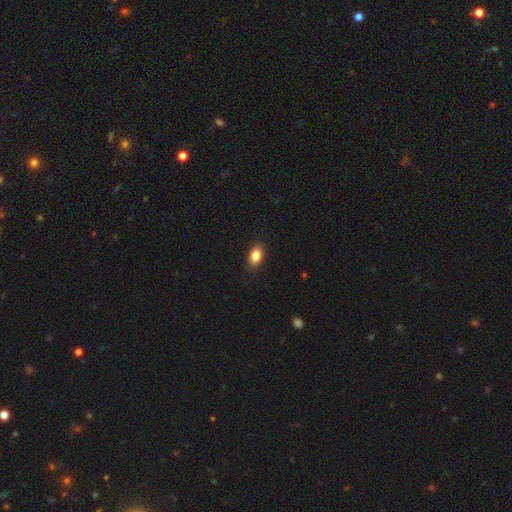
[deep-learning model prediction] A smooth galaxy with no disk features (85%) that is in between round and cigar-shaped (87%). Merging: none (89%).